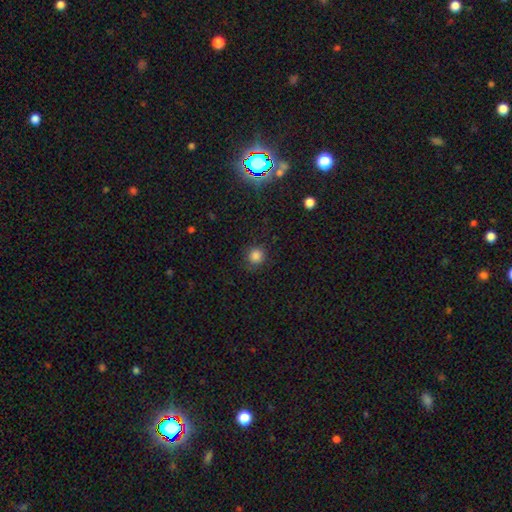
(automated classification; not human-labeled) Smooth or featured? smooth (84%)
How rounded? round (91%)
Merging? none (84%)